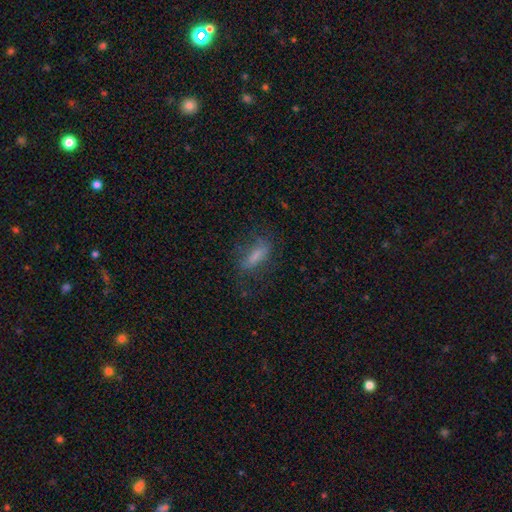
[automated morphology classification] Q: Smooth or featured?
A: smooth (58%); runner-up: featured or disk (27%)
Q: How rounded?
A: cigar-shaped (53%); runner-up: in between (43%)
Q: Merging?
A: none (67%); runner-up: minor disturbance (19%)